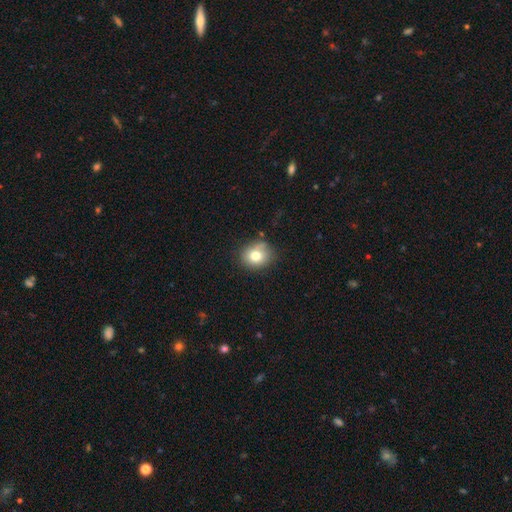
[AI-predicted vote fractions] Smooth or featured? smooth (78%)
How rounded? round (71%)
Merging? none (74%)